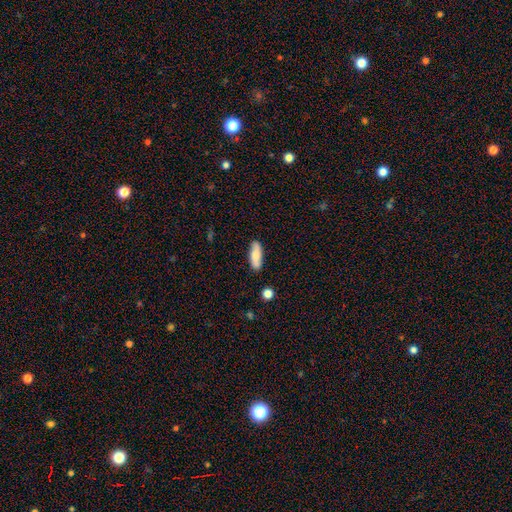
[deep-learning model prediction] smooth_or_featured: smooth (p=0.72) [alt: featured or disk p=0.22]
how_rounded: in between (p=0.63) [alt: cigar-shaped p=0.34]
merging: none (p=0.84) [alt: minor disturbance p=0.11]